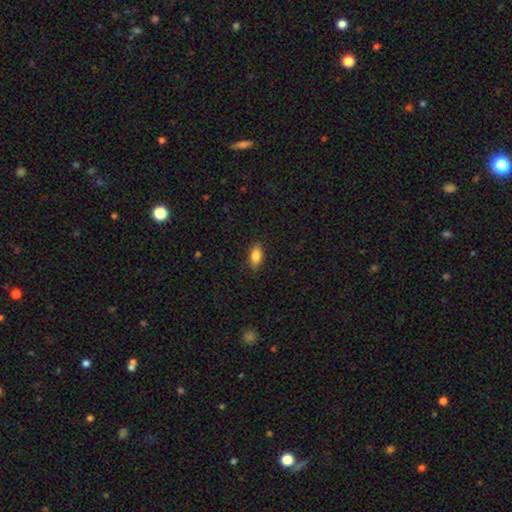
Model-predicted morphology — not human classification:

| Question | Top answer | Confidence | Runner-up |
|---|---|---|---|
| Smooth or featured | smooth | 84% | featured or disk (9%) |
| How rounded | in between | 86% | cigar-shaped (11%) |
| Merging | none | 87% | minor disturbance (10%) |